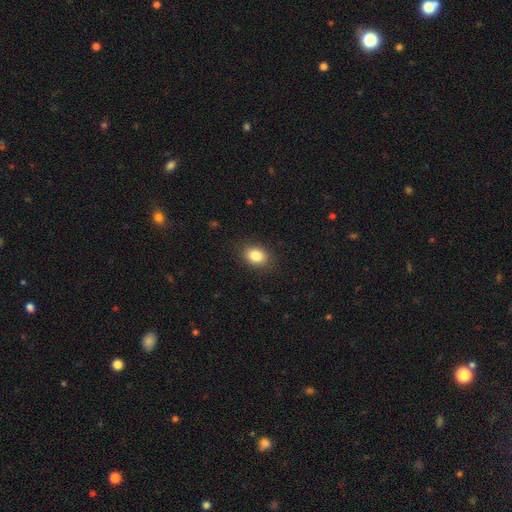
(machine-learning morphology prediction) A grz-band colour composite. It shows a smooth galaxy with no disk features (84%) that is in between round and cigar-shaped (70%). Merging: none (87%).